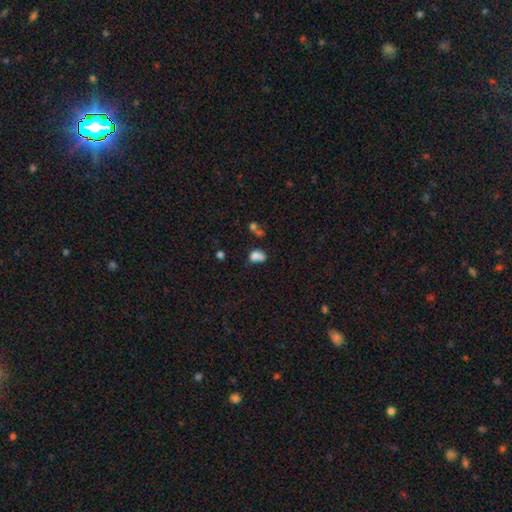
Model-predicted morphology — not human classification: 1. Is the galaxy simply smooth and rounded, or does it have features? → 74% smooth, 14% featured or disk, 12% star or artifact.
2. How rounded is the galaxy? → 59% in between, 39% round, 1% cigar-shaped.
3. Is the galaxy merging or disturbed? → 39% merger, 29% none, 19% minor disturbance, 13% major disturbance.